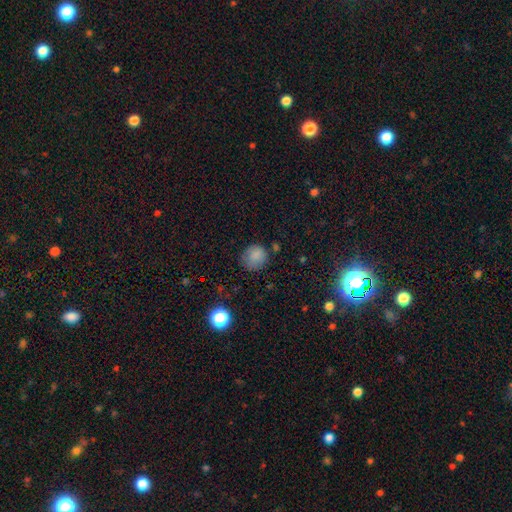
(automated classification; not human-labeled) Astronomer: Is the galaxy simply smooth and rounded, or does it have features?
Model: smooth — 81%.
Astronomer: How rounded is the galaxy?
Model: round — 85%.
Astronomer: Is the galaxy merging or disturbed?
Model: none — 71%.